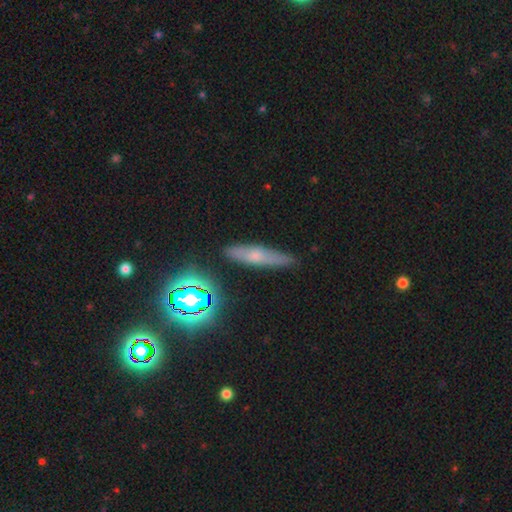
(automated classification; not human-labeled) Smooth or featured? Predicted: smooth (p=0.50). How rounded? Predicted: cigar-shaped (p=0.77). Merging? Predicted: none (p=0.82).